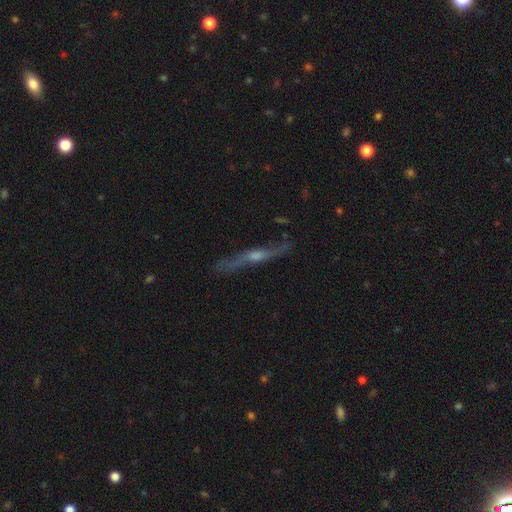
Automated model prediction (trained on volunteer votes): Overall: featured or disk (77%). Edge-on disk: yes (85%). Edge-on bulge: rounded (84%). Merging: none (79%).